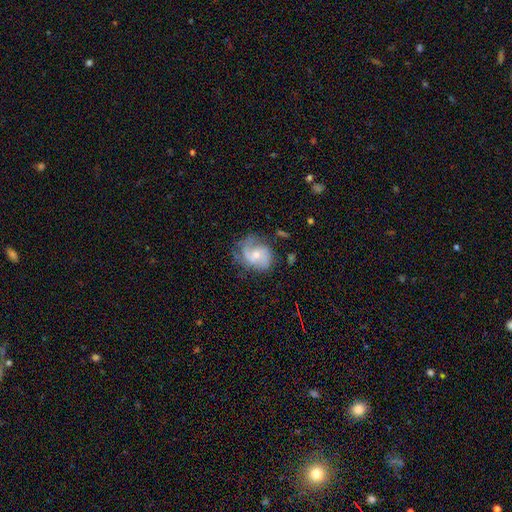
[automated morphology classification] The model was most divided on "bulge size": moderate: 48%, small: 47%, none: 2%, large: 2%, dominant: 1%. Remaining: edge-on disk — no (98%); spiral arms — yes (93%); smooth or featured — featured or disk (76%); spiral arm count — 2 (70%); merging — none (63%); bar — no (61%); spiral winding — medium (47%).